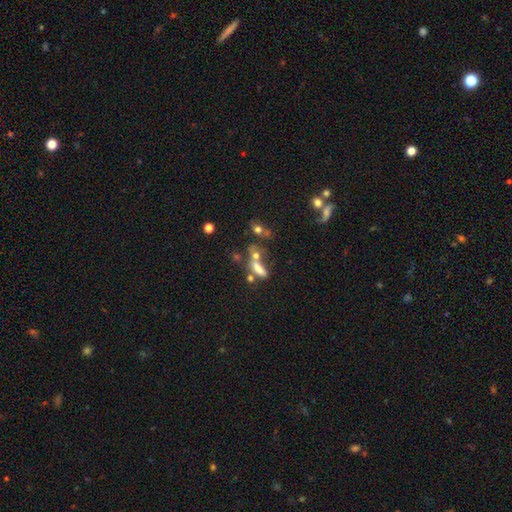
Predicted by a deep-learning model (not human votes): Smooth or featured?
  - smooth: 61% *
  - featured or disk: 22%
  - star or artifact: 17%
How rounded?
  - in between: 55% *
  - cigar-shaped: 32%
  - round: 13%
Merging?
  - merger: 40% *
  - none: 32%
  - major disturbance: 14%
  - minor disturbance: 14%